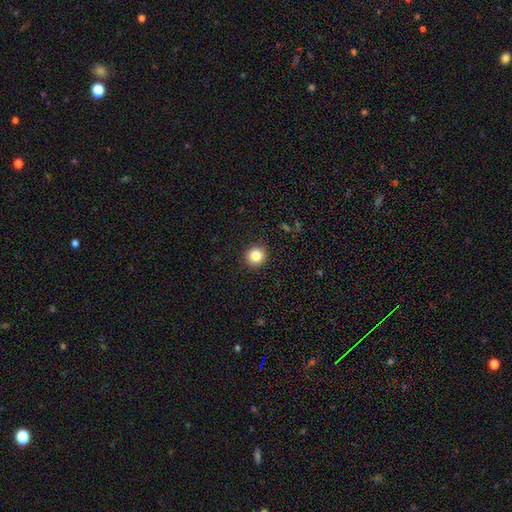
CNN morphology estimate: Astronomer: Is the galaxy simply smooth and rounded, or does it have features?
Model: smooth — 84%.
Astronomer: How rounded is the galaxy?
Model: round — 93%.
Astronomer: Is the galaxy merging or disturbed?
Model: none — 91%.